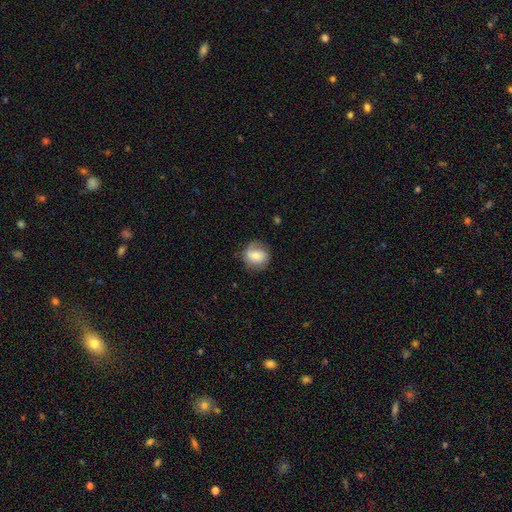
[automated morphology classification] Smooth or featured: smooth — 68% (featured or disk — 25%)
How rounded: round — 74% (in between — 25%)
Merging: none — 70% (minor disturbance — 21%)